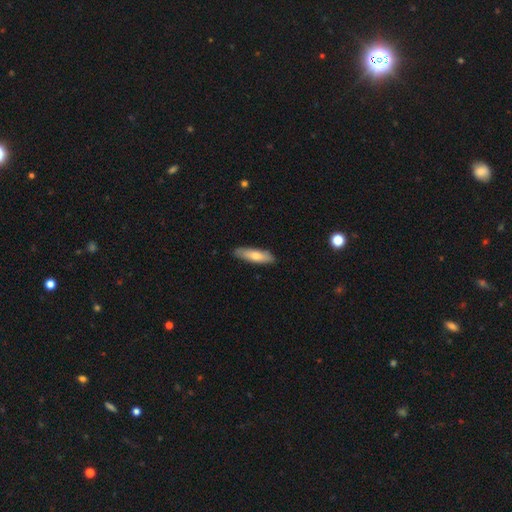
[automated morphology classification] Smooth or featured?
  - smooth: 72% *
  - featured or disk: 22%
  - star or artifact: 5%
How rounded?
  - cigar-shaped: 61% *
  - in between: 37%
  - round: 2%
Merging?
  - none: 85% *
  - minor disturbance: 12%
  - major disturbance: 2%
  - merger: 1%